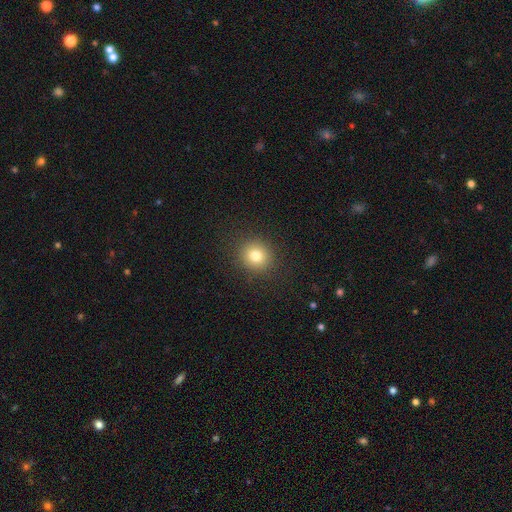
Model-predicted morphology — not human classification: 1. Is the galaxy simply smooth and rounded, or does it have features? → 78% smooth, 13% star or artifact, 9% featured or disk.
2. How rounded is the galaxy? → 86% round, 13% in between, 1% cigar-shaped.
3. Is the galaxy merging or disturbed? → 90% none, 6% minor disturbance, 3% major disturbance, 1% merger.